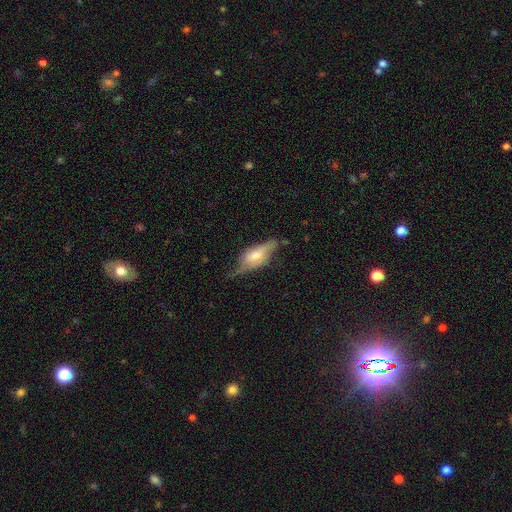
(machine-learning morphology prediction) Smooth or featured? featured or disk (52%)
Edge-on disk? yes (64%)
Merging? none (46%)